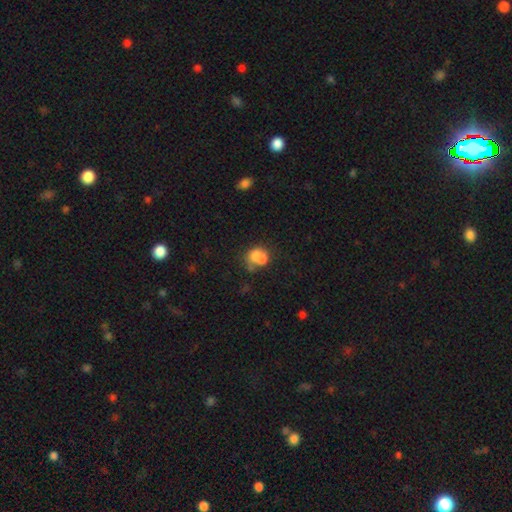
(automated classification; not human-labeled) A smooth galaxy with no disk features (66%) that is round (59%).

Vote fractions:
- Smooth or featured? smooth: 66% / featured or disk: 23% / star or artifact: 11%
- How rounded? round: 59% / in between: 40% / cigar-shaped: 1%
- Merging? merger: 59% / none: 25% / minor disturbance: 9% / major disturbance: 6%